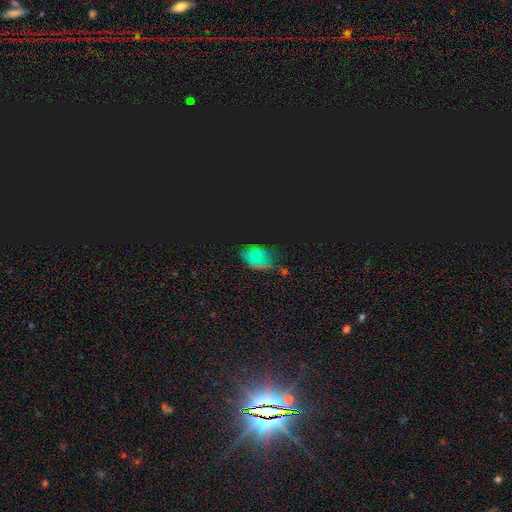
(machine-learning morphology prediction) star or artifact 59%, smooth 27%, featured or disk 14%.